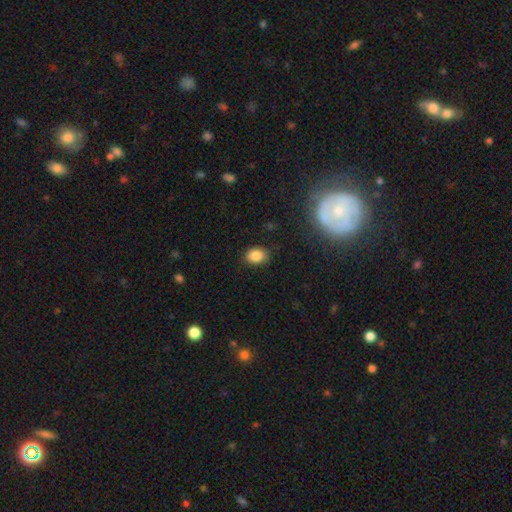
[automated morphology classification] The model was most divided on "how rounded": in between: 70%, round: 29%, cigar-shaped: 1%. More confident: merging — none (85%); smooth or featured — smooth (84%).